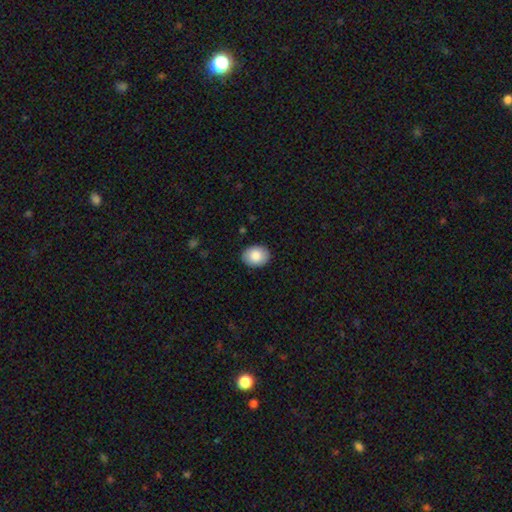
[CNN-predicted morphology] This is clearly a smooth galaxy (86%). How rounded: possibly in between (57%). Merging: clearly none (90%).